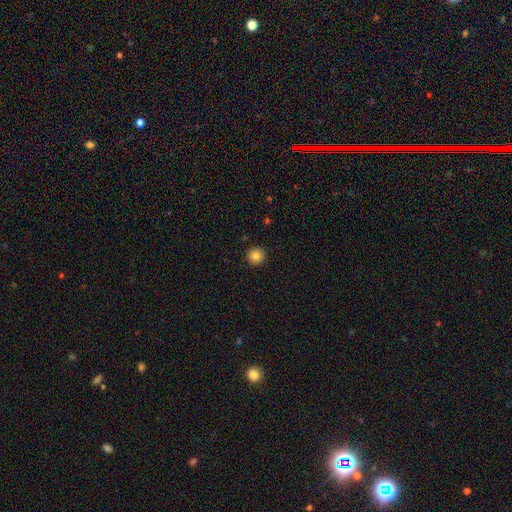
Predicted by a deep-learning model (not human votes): Smooth or featured?
  - smooth: 85% *
  - star or artifact: 10%
  - featured or disk: 5%
How rounded?
  - round: 95% *
  - in between: 4%
  - cigar-shaped: 1%
Merging?
  - none: 93% *
  - minor disturbance: 5%
  - major disturbance: 2%
  - merger: 1%